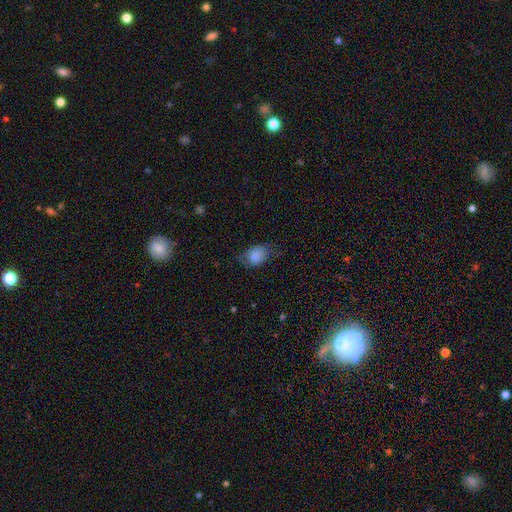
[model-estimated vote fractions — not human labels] smooth 84%, star or artifact 8%, featured or disk 8%. Down the decision tree: how rounded — in between (70%); merging — none (59%).